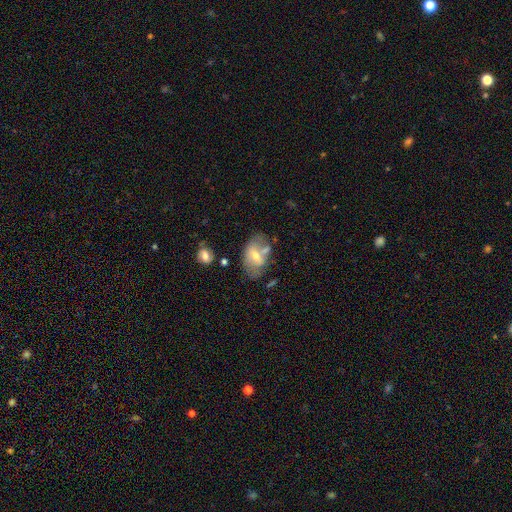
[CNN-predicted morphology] smooth_or_featured: featured or disk (p=0.48) [alt: smooth p=0.43]
merging: none (p=0.51) [alt: minor disturbance p=0.22]